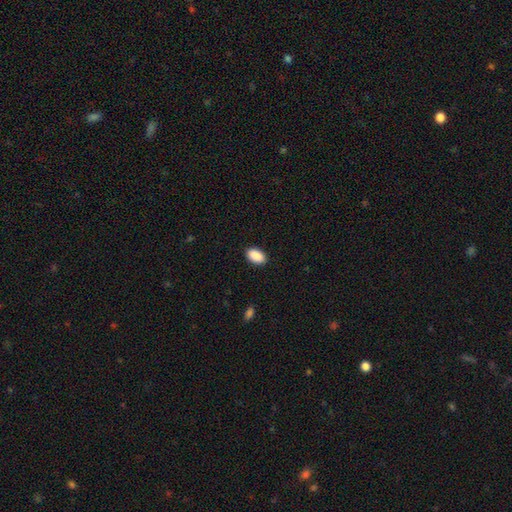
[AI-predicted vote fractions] Smooth or featured?
  - smooth: 91% *
  - star or artifact: 6%
  - featured or disk: 3%
How rounded?
  - in between: 94% *
  - round: 5%
  - cigar-shaped: 2%
Merging?
  - none: 89% *
  - minor disturbance: 8%
  - major disturbance: 2%
  - merger: 1%